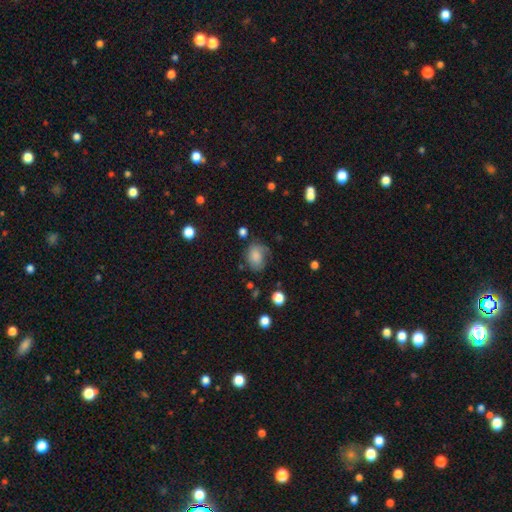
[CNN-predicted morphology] smooth-or-featured: smooth: 74% | featured or disk: 16% | star or artifact: 10%
  how-rounded: in between: 67% | round: 32% | cigar-shaped: 1%
  merging: none: 50% | minor disturbance: 30% | major disturbance: 17% | merger: 3%